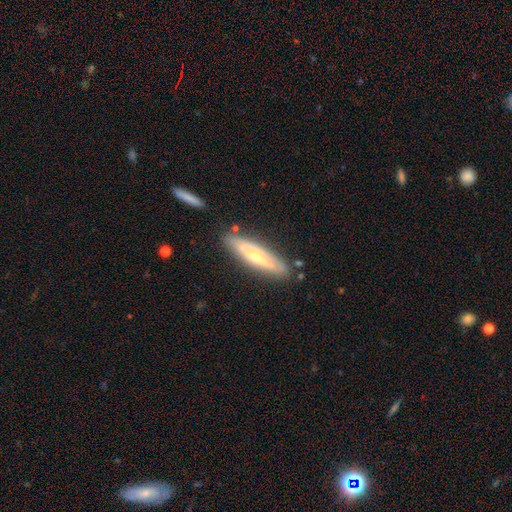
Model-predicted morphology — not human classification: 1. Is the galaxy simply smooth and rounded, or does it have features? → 55% featured or disk, 39% smooth, 6% star or artifact.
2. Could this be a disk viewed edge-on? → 69% yes, 31% no.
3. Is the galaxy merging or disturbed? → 81% none, 13% minor disturbance, 3% merger, 3% major disturbance.